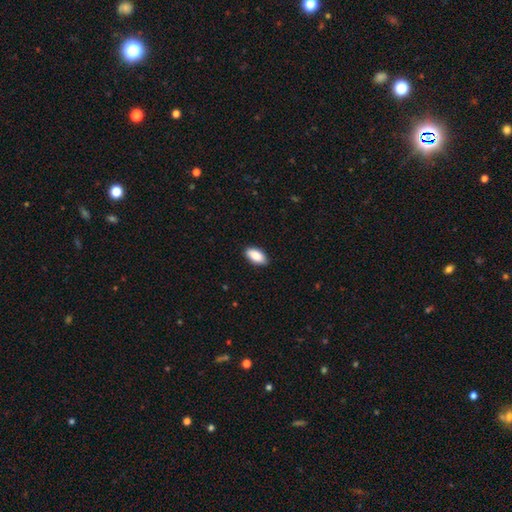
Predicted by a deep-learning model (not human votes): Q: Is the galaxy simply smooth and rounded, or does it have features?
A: smooth — 88%.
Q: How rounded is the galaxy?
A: in between — 92%.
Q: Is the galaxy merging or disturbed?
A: none — 89%.